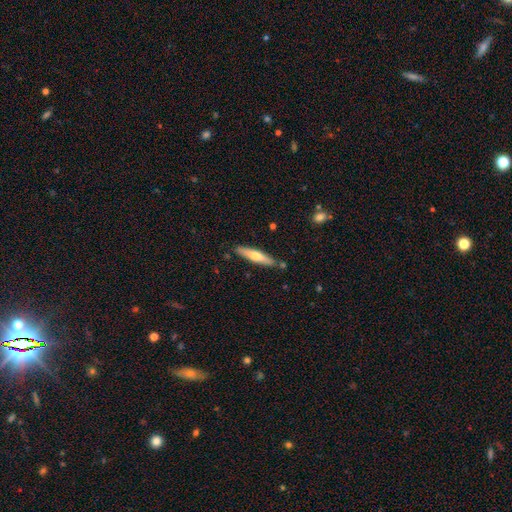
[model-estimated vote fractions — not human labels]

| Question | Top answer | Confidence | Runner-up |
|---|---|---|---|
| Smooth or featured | smooth | 58% | featured or disk (37%) |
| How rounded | cigar-shaped | 85% | in between (14%) |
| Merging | none | 83% | minor disturbance (12%) |